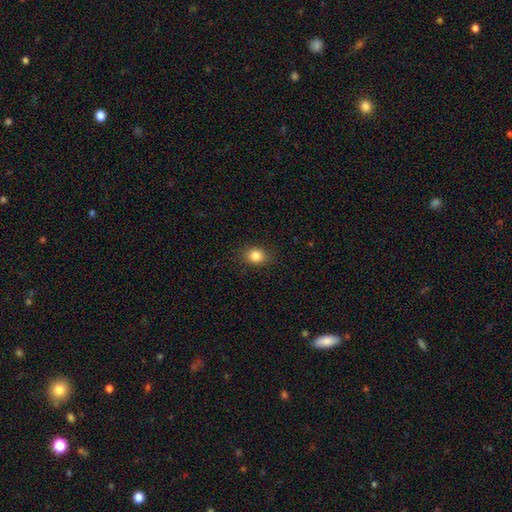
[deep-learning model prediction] This is clearly a smooth galaxy (84%). How rounded: likely round (62%). Merging: clearly none (85%).